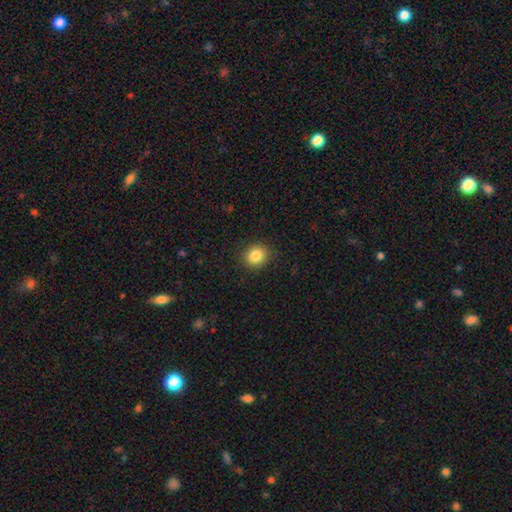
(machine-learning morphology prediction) A smooth galaxy with no disk features (85%) that is round (77%). Merging: none (87%).